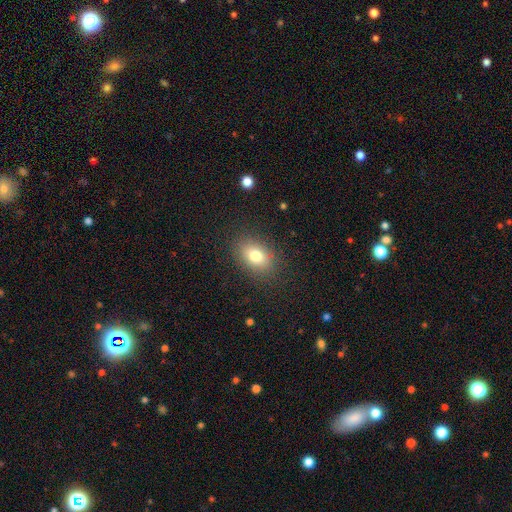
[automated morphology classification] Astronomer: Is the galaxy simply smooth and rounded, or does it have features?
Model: smooth — 77%.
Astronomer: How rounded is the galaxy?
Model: in between — 76%.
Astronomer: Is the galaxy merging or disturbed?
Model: none — 85%.